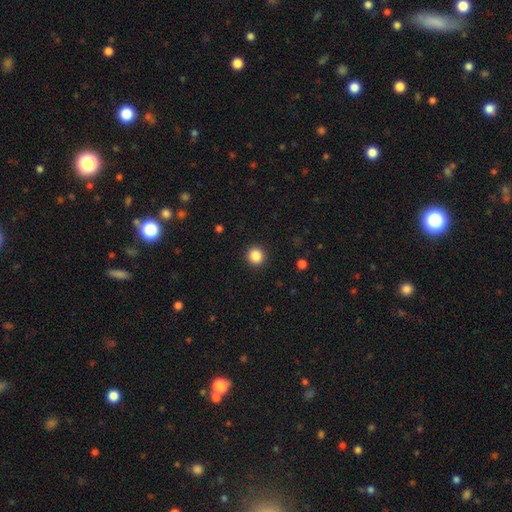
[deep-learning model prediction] Smooth or featured?
  - smooth: 87% *
  - star or artifact: 10%
  - featured or disk: 3%
How rounded?
  - round: 94% *
  - in between: 5%
  - cigar-shaped: 1%
Merging?
  - none: 92% *
  - minor disturbance: 5%
  - major disturbance: 2%
  - merger: 1%